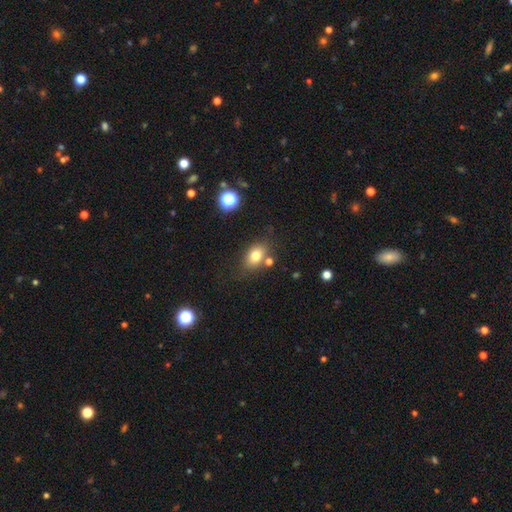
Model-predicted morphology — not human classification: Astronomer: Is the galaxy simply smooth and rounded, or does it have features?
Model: smooth — 77%.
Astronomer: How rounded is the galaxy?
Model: in between — 75%.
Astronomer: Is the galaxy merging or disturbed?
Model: none — 69%.